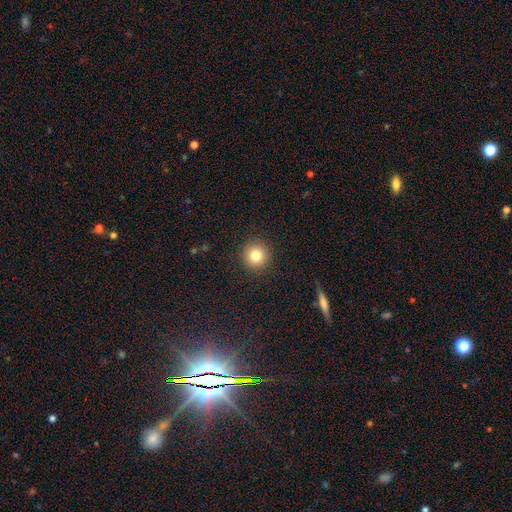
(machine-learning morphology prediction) Overall: smooth (80%). How rounded: round (95%). Merging: none (92%).